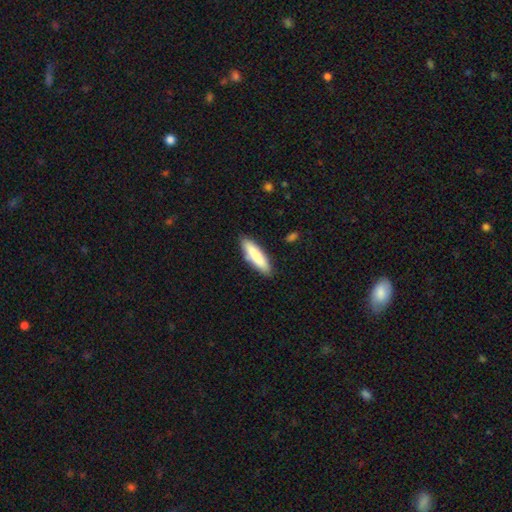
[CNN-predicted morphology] Overall: smooth (85%). How rounded: cigar-shaped (64%; in between 34%). Merging: none (85%).